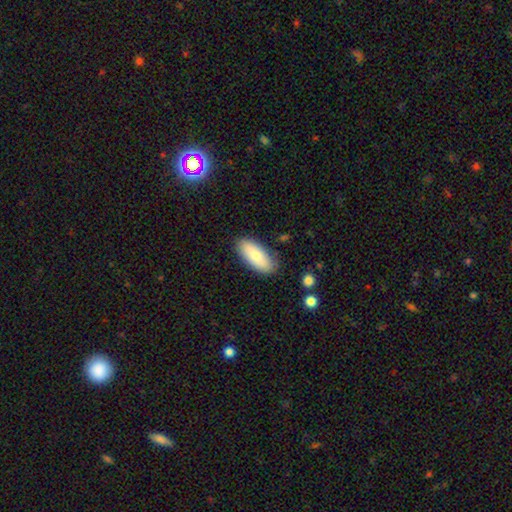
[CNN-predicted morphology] smooth 76%, featured or disk 18%, star or artifact 6%. Down the decision tree: how rounded — in between (85%); merging — none (85%).